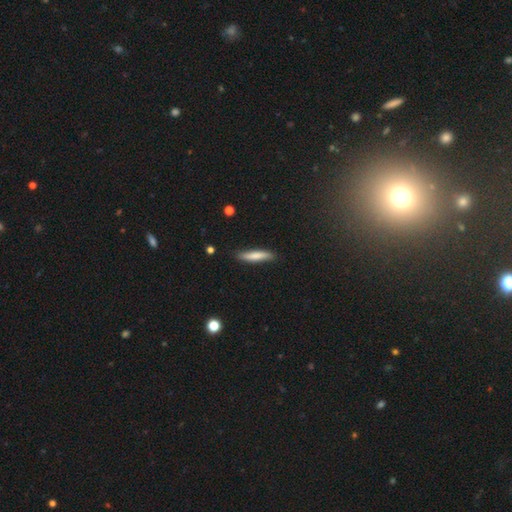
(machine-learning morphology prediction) type=smooth (74%); roundness=cigar-shaped (87%); merging=none (84%).